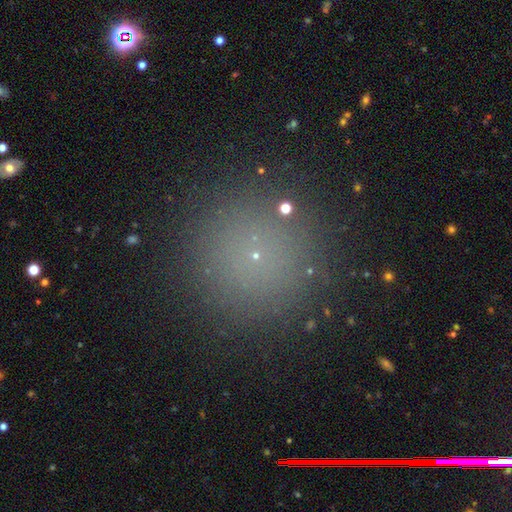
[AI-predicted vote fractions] Smooth or featured?
  - smooth: 60% *
  - star or artifact: 31%
  - featured or disk: 9%
How rounded?
  - round: 97% *
  - in between: 2%
  - cigar-shaped: 1%
Merging?
  - none: 91% *
  - minor disturbance: 5%
  - major disturbance: 2%
  - merger: 2%